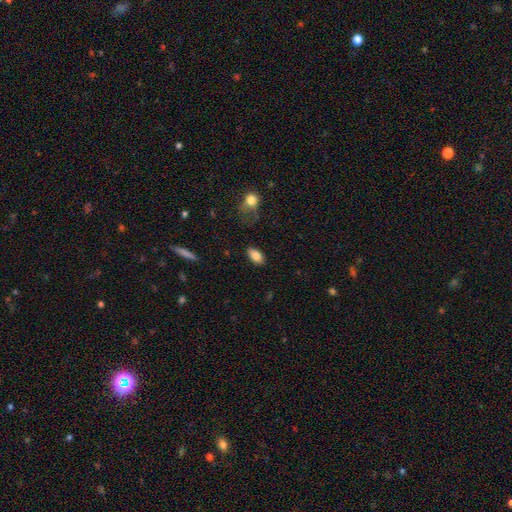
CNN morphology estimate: A smooth galaxy with no disk features (84%) that is in between round and cigar-shaped (91%).

Vote fractions:
- Smooth or featured? smooth: 84% / featured or disk: 9% / star or artifact: 8%
- How rounded? in between: 91% / round: 5% / cigar-shaped: 3%
- Merging? none: 84% / minor disturbance: 11% / major disturbance: 3% / merger: 2%